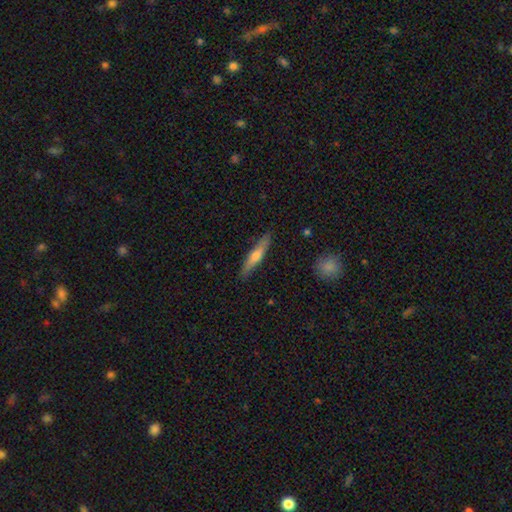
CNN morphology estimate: type=smooth (50%); roundness=cigar-shaped (89%); merging=none (89%).